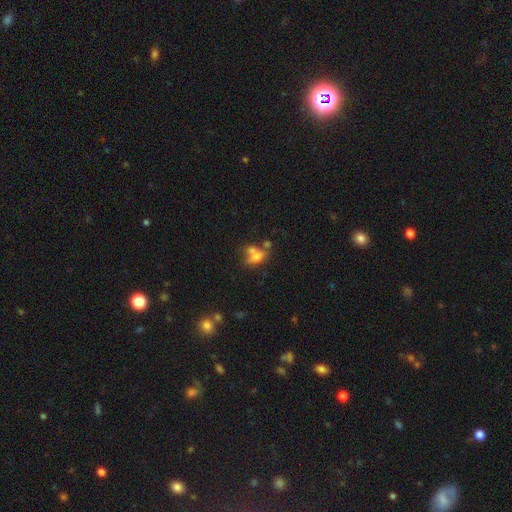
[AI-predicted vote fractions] Morphology: type=smooth (60%); roundness=in between (71%); merging=merger (44%).